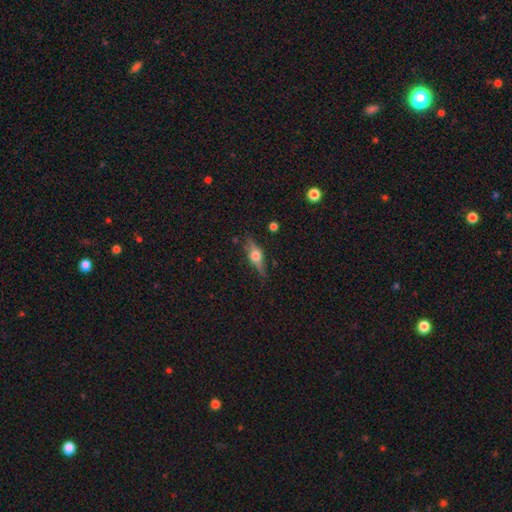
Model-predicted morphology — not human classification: Smooth or featured? featured or disk (65%)
Edge-on disk? yes (94%)
Edge-on bulge? rounded (94%)
Merging? none (81%)